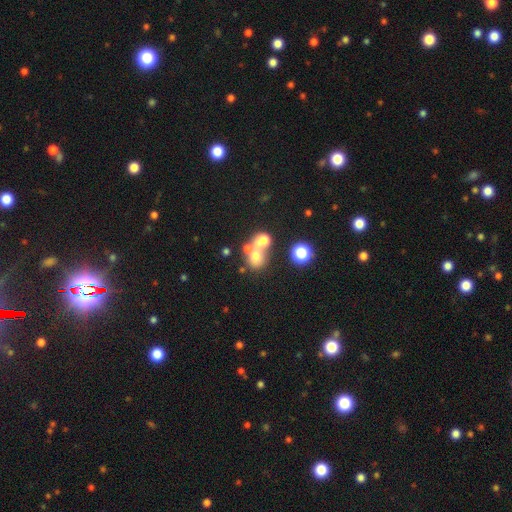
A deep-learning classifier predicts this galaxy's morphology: This is likely a smooth galaxy (61%). How rounded: likely round (69%). Merging: possibly merger (59%).